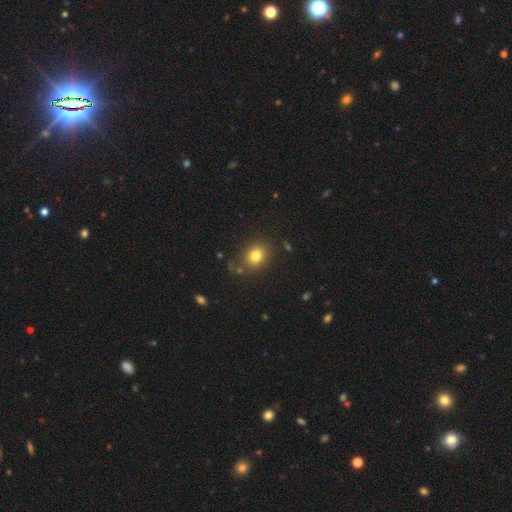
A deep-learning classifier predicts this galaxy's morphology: This is likely a smooth galaxy (80%). How rounded: likely round (63%). Merging: likely none (78%).